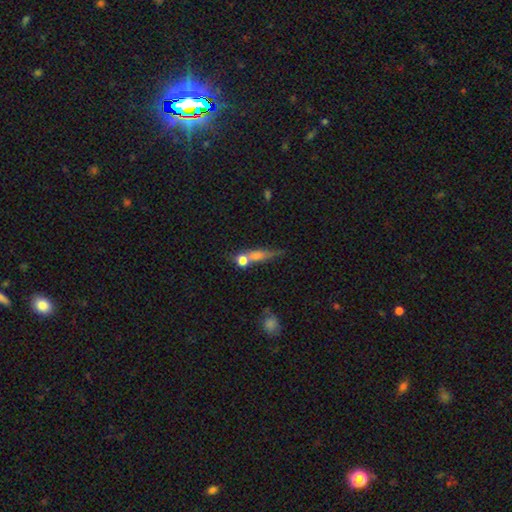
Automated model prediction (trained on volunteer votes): A smooth galaxy with no disk features (52%) that is cigar-shaped (65%).

Vote fractions:
- Smooth or featured? smooth: 52% / featured or disk: 35% / star or artifact: 14%
- How rounded? cigar-shaped: 65% / in between: 21% / round: 15%
- Merging? none: 52% / merger: 25% / minor disturbance: 15% / major disturbance: 8%